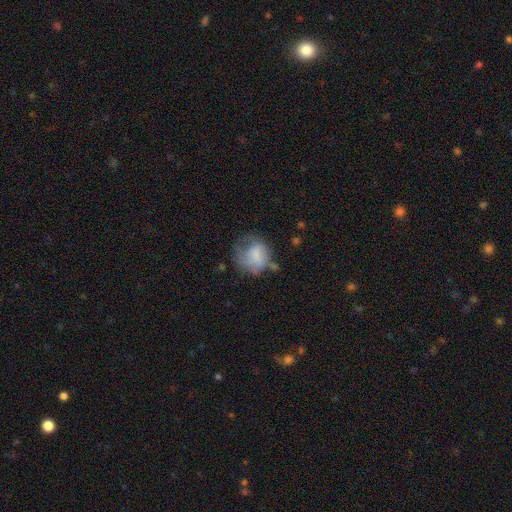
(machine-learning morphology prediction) smooth 63%, featured or disk 27%, star or artifact 9%. Down the decision tree: how rounded — round (64%); merging — none (34%).